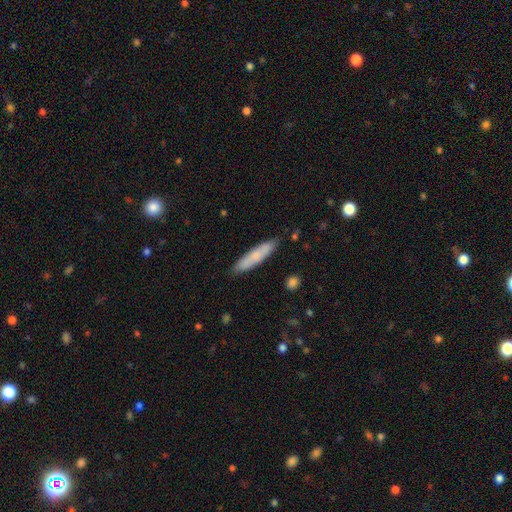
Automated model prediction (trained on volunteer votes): smooth_or_featured: smooth (p=0.70) [alt: featured or disk p=0.24]
how_rounded: cigar-shaped (p=0.83) [alt: in between p=0.16]
merging: none (p=0.85) [alt: minor disturbance p=0.11]